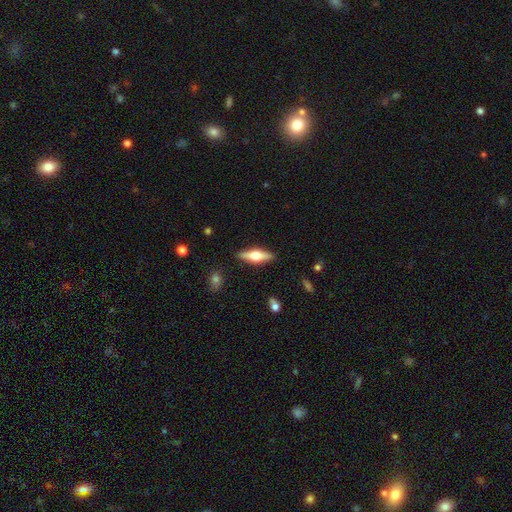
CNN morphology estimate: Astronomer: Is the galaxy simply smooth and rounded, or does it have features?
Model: featured or disk — 59% (runner-up: smooth, 36%).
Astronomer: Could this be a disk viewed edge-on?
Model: yes — 94%.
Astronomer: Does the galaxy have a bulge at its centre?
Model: rounded — 94%.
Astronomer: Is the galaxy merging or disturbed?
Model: none — 89%.